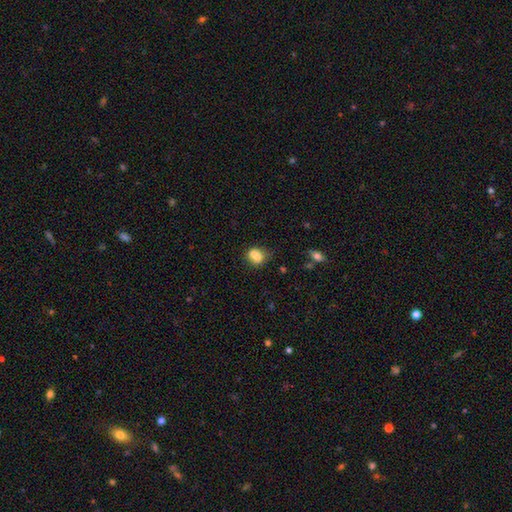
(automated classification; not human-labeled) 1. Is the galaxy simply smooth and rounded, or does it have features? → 70% smooth, 19% featured or disk, 11% star or artifact.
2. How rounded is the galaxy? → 66% round, 33% in between, 1% cigar-shaped.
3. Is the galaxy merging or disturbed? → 59% merger, 28% none, 9% minor disturbance, 4% major disturbance.